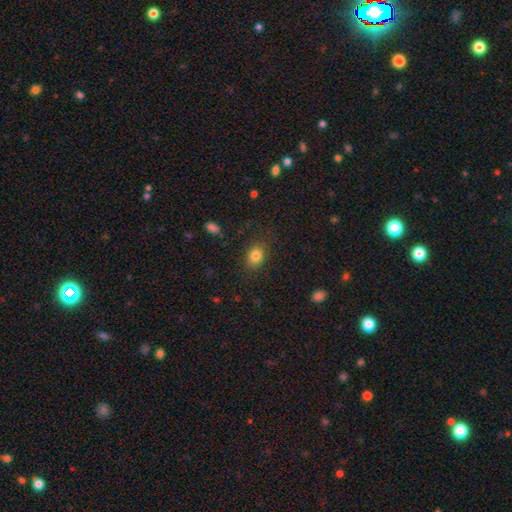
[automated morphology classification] Smooth or featured? smooth (82%)
How rounded? in between (64%)
Merging? none (82%)